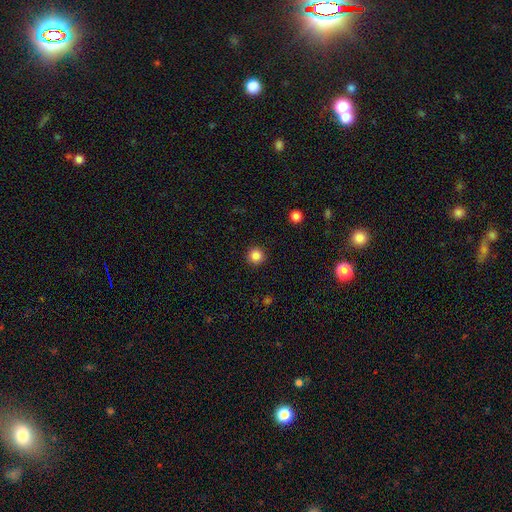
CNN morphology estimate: smooth 85%, star or artifact 11%, featured or disk 4%. Down the decision tree: how rounded — round (96%); merging — none (92%).